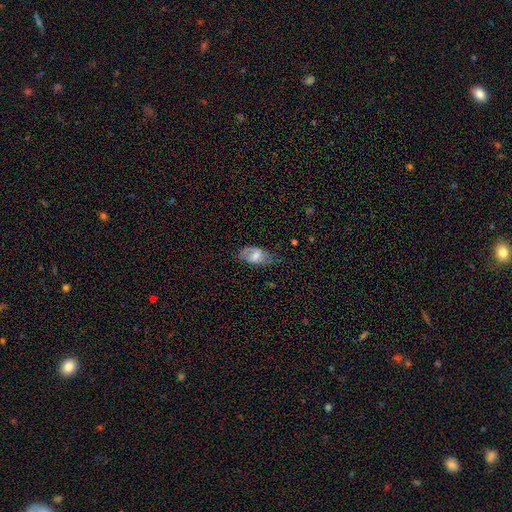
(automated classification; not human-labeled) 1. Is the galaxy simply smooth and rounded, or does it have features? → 56% smooth, 37% featured or disk, 8% star or artifact.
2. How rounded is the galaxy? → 91% in between, 6% round, 4% cigar-shaped.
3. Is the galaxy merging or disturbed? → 63% none, 27% minor disturbance, 9% major disturbance, 2% merger.